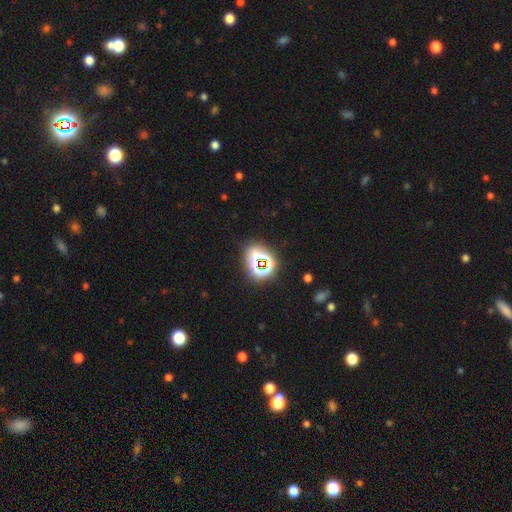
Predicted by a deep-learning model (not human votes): Overall: star or artifact (65%).